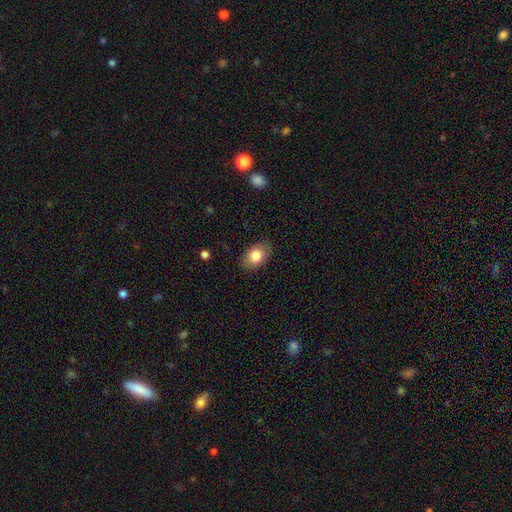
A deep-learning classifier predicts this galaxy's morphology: type=smooth (82%); roundness=in between (77%); merging=none (84%).